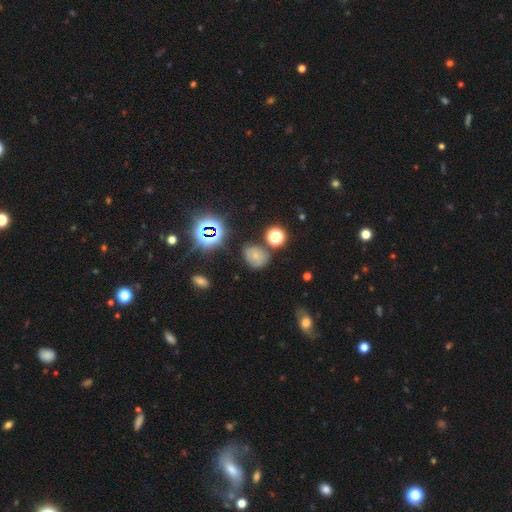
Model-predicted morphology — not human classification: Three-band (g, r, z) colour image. It shows a smooth galaxy with no disk features (51%) that is round (59%). Merging: none (67%).